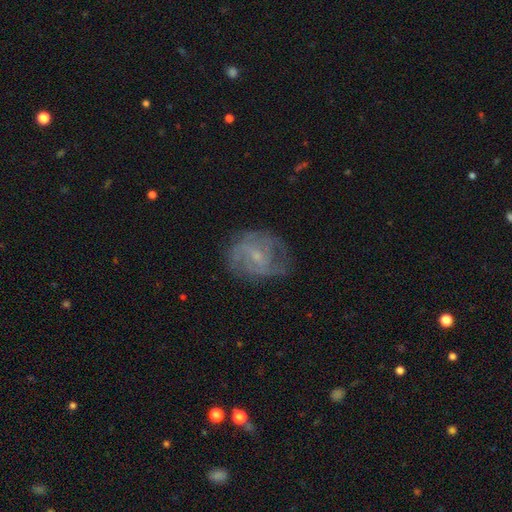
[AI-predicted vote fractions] This appears to be a featured or disk galaxy (74%) with a weak bar (49%), medium (46%) spiral arms (86%) and a small central bulge (69%). Merging: none (66%).